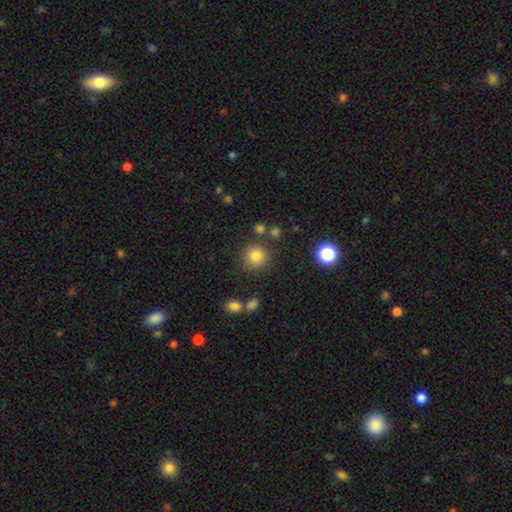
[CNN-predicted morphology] type=smooth (82%); roundness=round (91%); merging=none (81%).